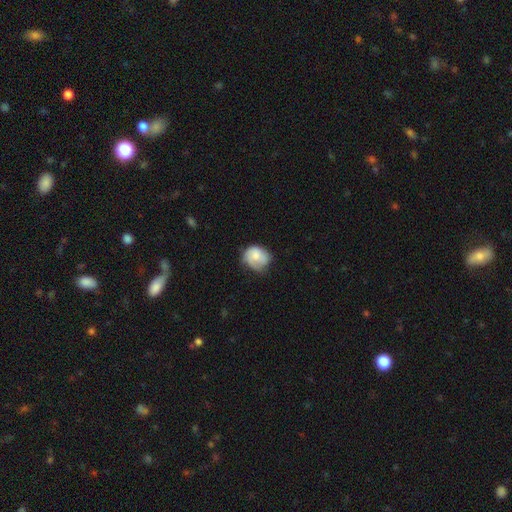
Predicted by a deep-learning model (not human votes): A smooth galaxy with no disk features (69%) that is round (62%). Merging: none (50%).